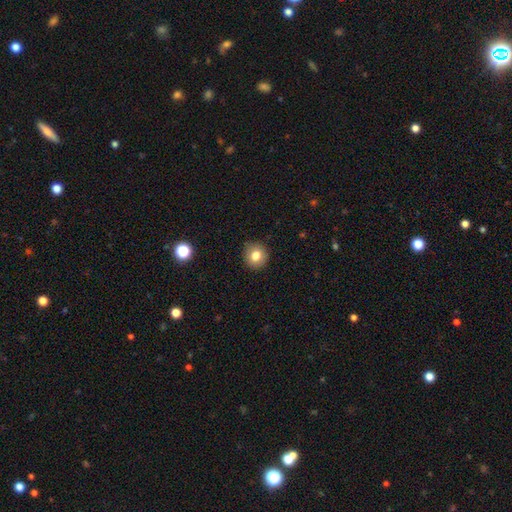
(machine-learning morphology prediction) The model was most divided on "smooth or featured": smooth: 80%, star or artifact: 11%, featured or disk: 10%. More confident: how rounded — round (90%); merging — none (90%).